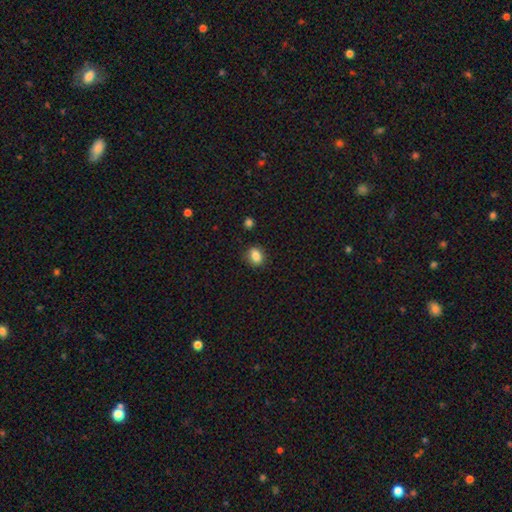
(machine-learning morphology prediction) Smooth or featured? smooth (84%)
How rounded? in between (55%)
Merging? none (84%)